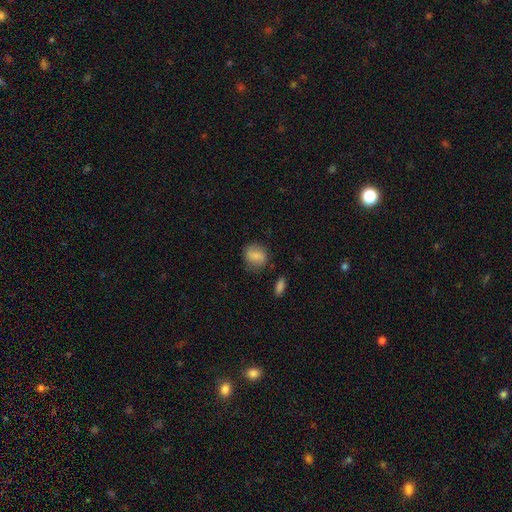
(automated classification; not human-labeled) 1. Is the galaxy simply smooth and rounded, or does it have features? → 77% smooth, 15% featured or disk, 8% star or artifact.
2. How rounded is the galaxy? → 61% round, 37% in between, 2% cigar-shaped.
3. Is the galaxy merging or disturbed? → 75% none, 17% minor disturbance, 5% major disturbance, 3% merger.